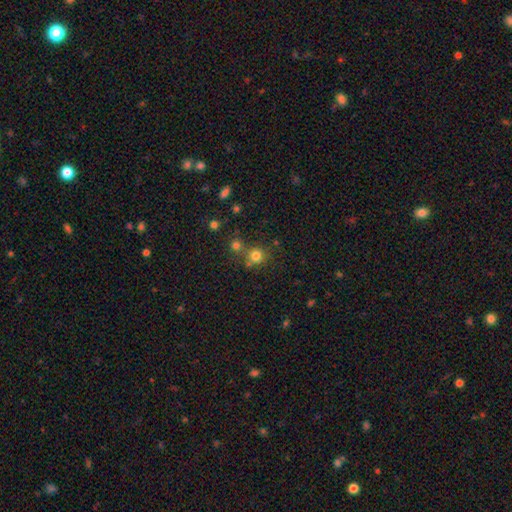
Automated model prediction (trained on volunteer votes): smooth_or_featured: smooth (p=0.76) [alt: star or artifact p=0.17]
how_rounded: round (p=0.88) [alt: in between p=0.11]
merging: none (p=0.64) [alt: merger p=0.24]